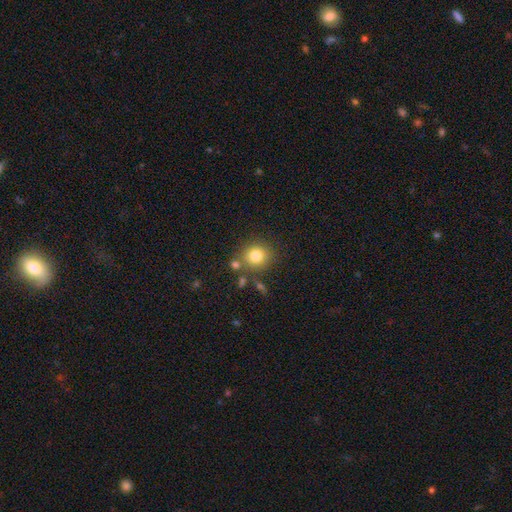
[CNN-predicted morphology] A smooth galaxy with no disk features (80%) that is round (85%). Merging: none (75%).